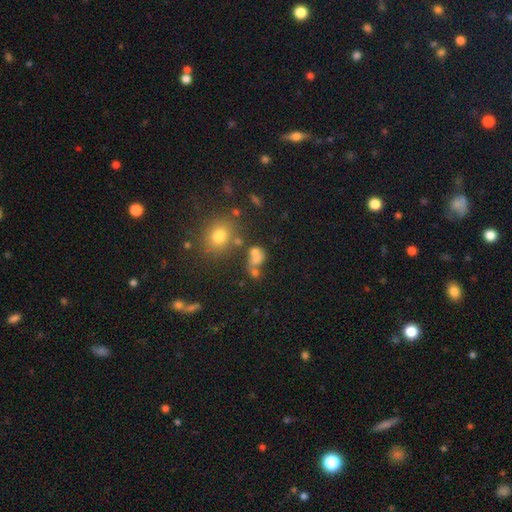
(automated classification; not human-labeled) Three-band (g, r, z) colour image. It shows a smooth galaxy with no disk features (64%) that is in between round and cigar-shaped (50%). Merging: merger (41%).